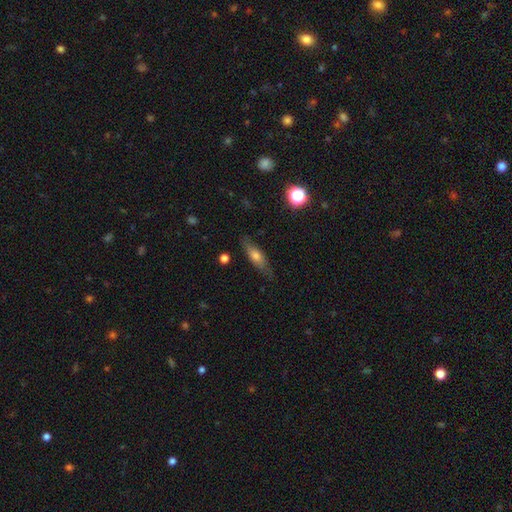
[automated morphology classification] Q: Smooth or featured?
A: smooth (58%); runner-up: featured or disk (34%)
Q: How rounded?
A: cigar-shaped (51%); runner-up: in between (45%)
Q: Merging?
A: none (78%); runner-up: minor disturbance (17%)